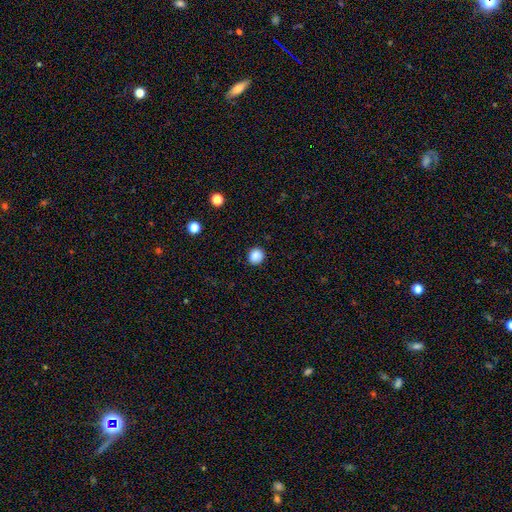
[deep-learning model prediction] Smooth or featured? Predicted: smooth (p=0.87). How rounded? Predicted: round (p=0.83). Merging? Predicted: none (p=0.91).